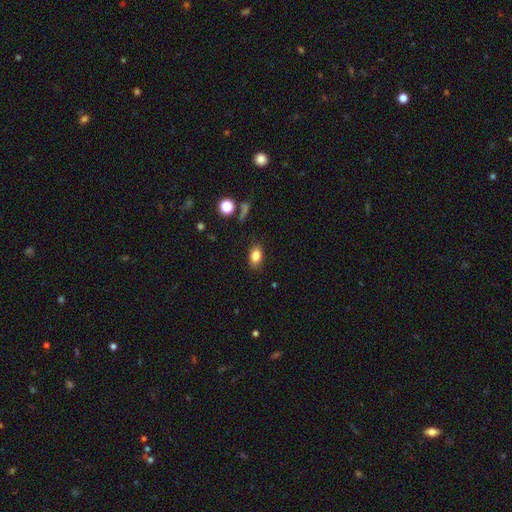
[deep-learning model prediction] Smooth or featured? Predicted: smooth (p=0.83). How rounded? Predicted: in between (p=0.82). Merging? Predicted: none (p=0.85).